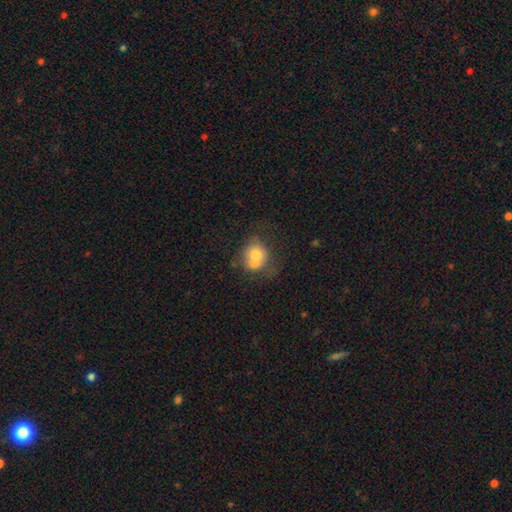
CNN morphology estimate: Q: Smooth or featured?
A: smooth (67%); runner-up: featured or disk (22%)
Q: How rounded?
A: round (73%); runner-up: in between (26%)
Q: Merging?
A: merger (46%); runner-up: none (34%)